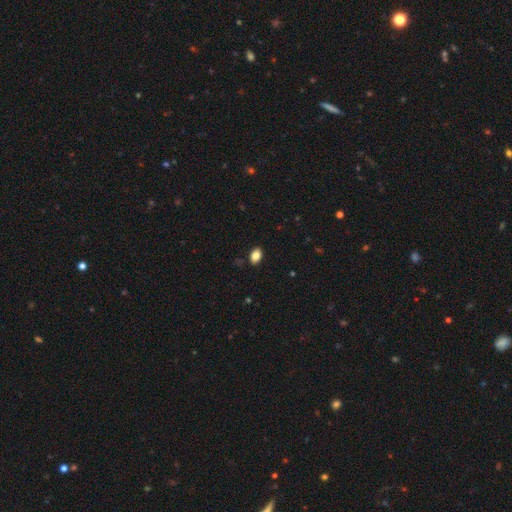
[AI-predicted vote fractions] Morphology: type=smooth (85%); roundness=in between (86%); merging=none (88%).